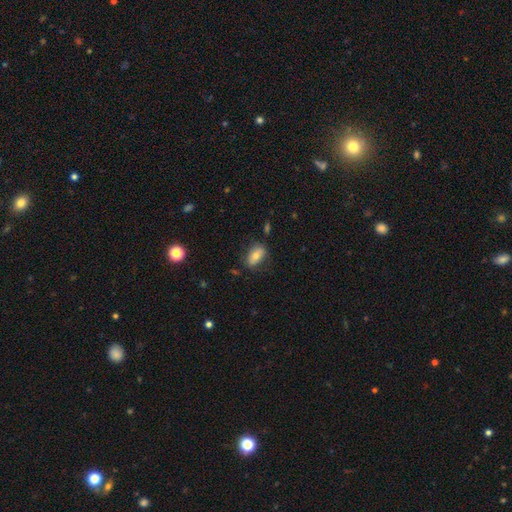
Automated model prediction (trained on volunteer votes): smooth_or_featured: smooth (p=0.70) [alt: featured or disk p=0.22]
how_rounded: in between (p=0.88) [alt: round p=0.08]
merging: none (p=0.73) [alt: minor disturbance p=0.19]